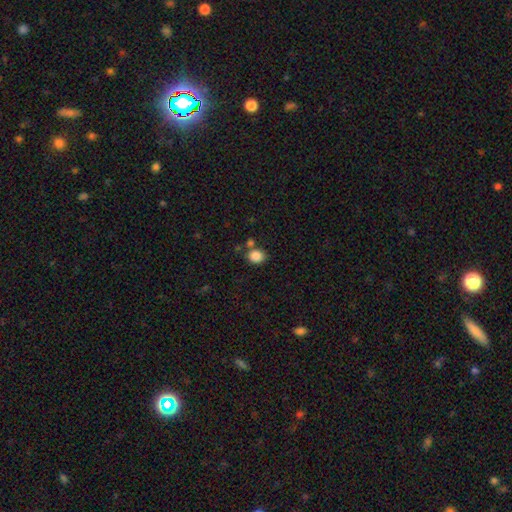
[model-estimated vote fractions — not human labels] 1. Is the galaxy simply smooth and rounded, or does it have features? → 86% smooth, 10% star or artifact, 4% featured or disk.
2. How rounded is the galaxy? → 59% round, 40% in between, 1% cigar-shaped.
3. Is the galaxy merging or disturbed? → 68% none, 16% merger, 12% minor disturbance, 4% major disturbance.